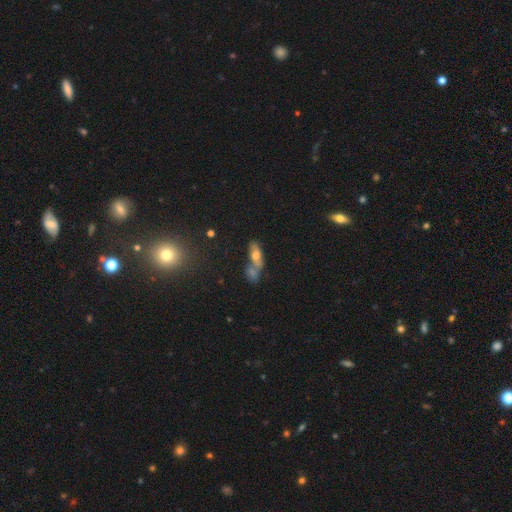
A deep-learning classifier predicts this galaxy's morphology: smooth-or-featured: smooth: 57% | featured or disk: 31% | star or artifact: 12%
  how-rounded: in between: 71% | cigar-shaped: 20% | round: 9%
  merging: merger: 57% | none: 25% | minor disturbance: 11% | major disturbance: 8%